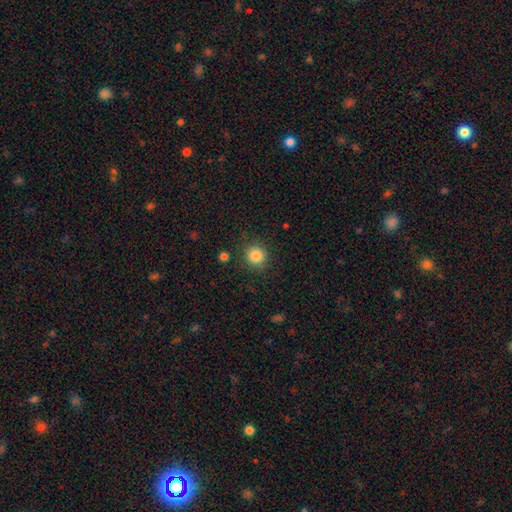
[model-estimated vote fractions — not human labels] This appears to be a smooth galaxy with no disk features (85%) that is round (91%). Merging: none (87%).